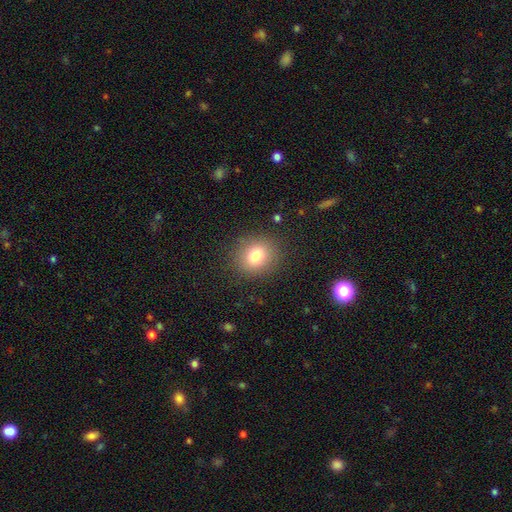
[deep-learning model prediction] smooth_or_featured: smooth (p=0.79) [alt: star or artifact p=0.12]
how_rounded: round (p=0.73) [alt: in between p=0.26]
merging: none (p=0.87) [alt: minor disturbance p=0.09]